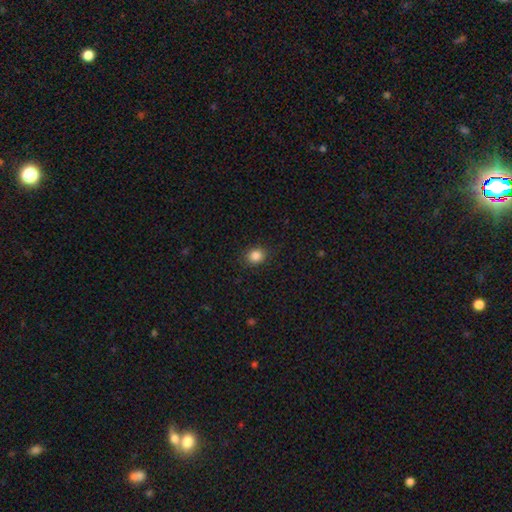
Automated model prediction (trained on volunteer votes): Q: Smooth or featured?
A: smooth (86%); runner-up: star or artifact (10%)
Q: How rounded?
A: round (68%); runner-up: in between (31%)
Q: Merging?
A: none (88%); runner-up: minor disturbance (9%)